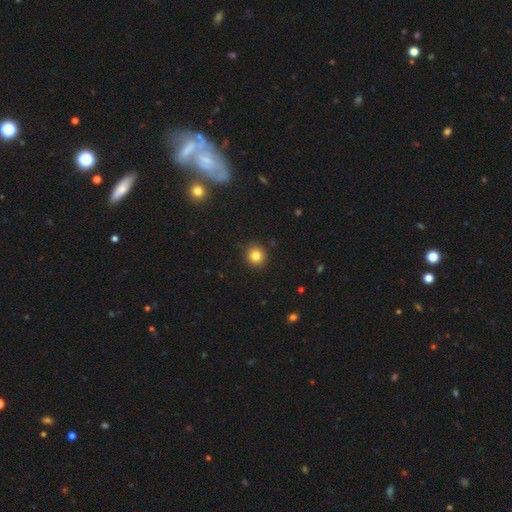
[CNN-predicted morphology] Smooth or featured? Predicted: smooth (p=0.82). How rounded? Predicted: round (p=0.89). Merging? Predicted: none (p=0.88).